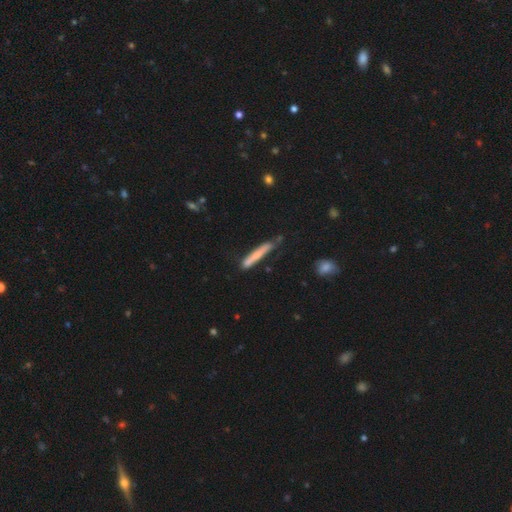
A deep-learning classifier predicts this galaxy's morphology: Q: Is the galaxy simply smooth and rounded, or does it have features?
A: smooth — 65%.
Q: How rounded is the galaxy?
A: cigar-shaped — 95%.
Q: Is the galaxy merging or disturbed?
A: none — 66%.